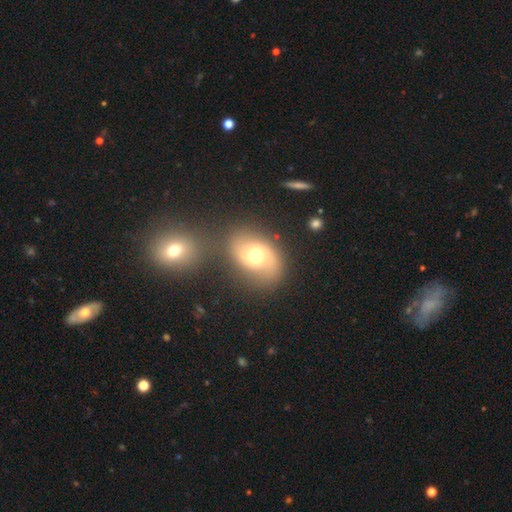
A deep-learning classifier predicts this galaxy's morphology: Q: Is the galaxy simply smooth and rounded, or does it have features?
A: featured or disk — 58%.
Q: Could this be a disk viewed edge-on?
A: no — 96%.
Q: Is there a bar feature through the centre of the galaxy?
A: no — 68%.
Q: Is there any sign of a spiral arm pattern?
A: yes — 83%.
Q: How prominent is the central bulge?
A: moderate — 73%.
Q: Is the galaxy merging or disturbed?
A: none — 65%.